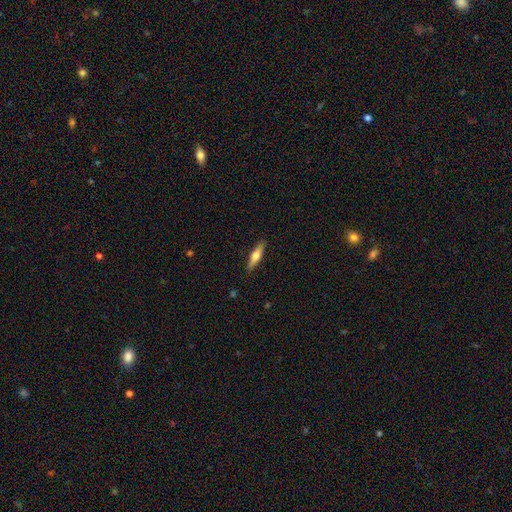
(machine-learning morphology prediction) This appears to be a smooth galaxy with no disk features (51%) that is cigar-shaped (74%). Merging: none (89%).